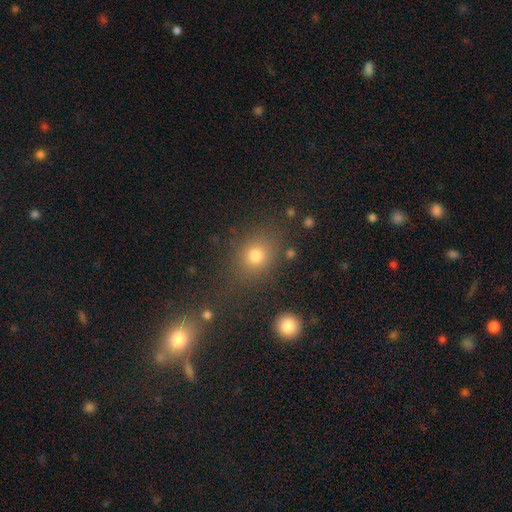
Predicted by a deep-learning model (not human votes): Smooth or featured?
  - smooth: 73% *
  - star or artifact: 18%
  - featured or disk: 9%
How rounded?
  - round: 66% *
  - in between: 33%
  - cigar-shaped: 2%
Merging?
  - none: 77% *
  - minor disturbance: 11%
  - major disturbance: 6%
  - merger: 6%